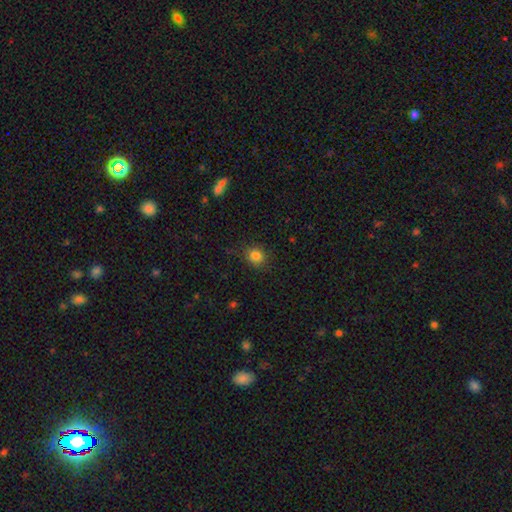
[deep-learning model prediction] Q: Smooth or featured?
A: smooth (83%); runner-up: star or artifact (12%)
Q: How rounded?
A: round (79%); runner-up: in between (20%)
Q: Merging?
A: none (83%); runner-up: minor disturbance (12%)